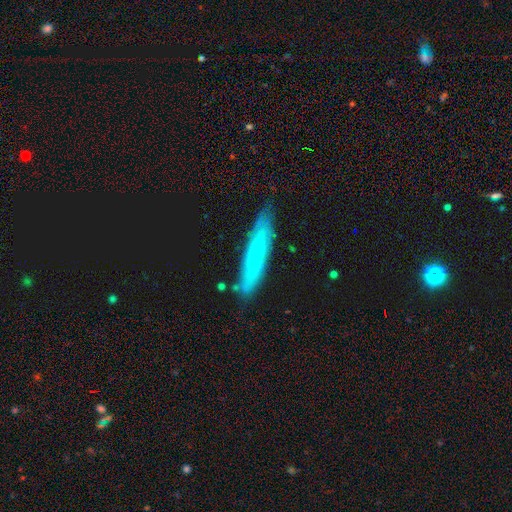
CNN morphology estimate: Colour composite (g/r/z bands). It shows a featured or disk galaxy (49%). Merging: none (79%).